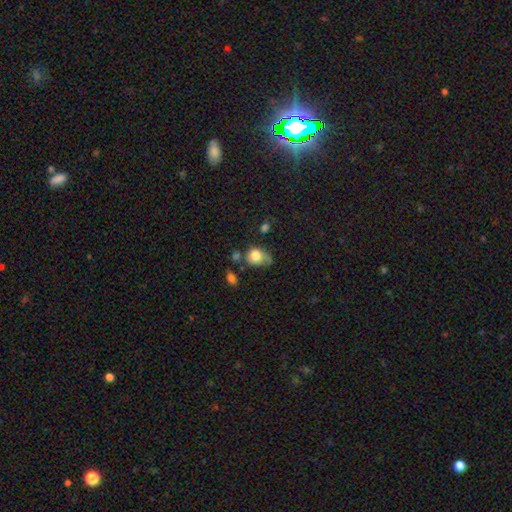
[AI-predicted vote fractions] Smooth or featured? smooth (79%)
How rounded? round (54%)
Merging? none (36%)